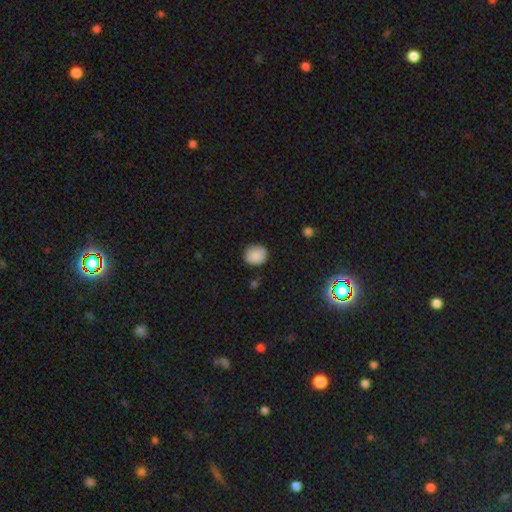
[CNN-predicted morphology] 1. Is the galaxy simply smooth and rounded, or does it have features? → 88% smooth, 9% star or artifact, 4% featured or disk.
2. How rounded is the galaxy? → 76% round, 23% in between, 1% cigar-shaped.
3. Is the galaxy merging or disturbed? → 83% none, 13% minor disturbance, 3% major disturbance, 2% merger.